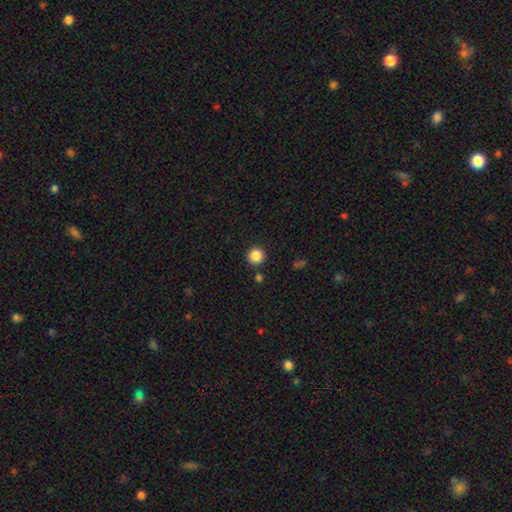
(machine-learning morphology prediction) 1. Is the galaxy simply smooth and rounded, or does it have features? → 87% smooth, 10% star or artifact, 3% featured or disk.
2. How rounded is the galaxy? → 95% round, 4% in between, 1% cigar-shaped.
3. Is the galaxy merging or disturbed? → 89% none, 5% minor disturbance, 3% merger, 2% major disturbance.